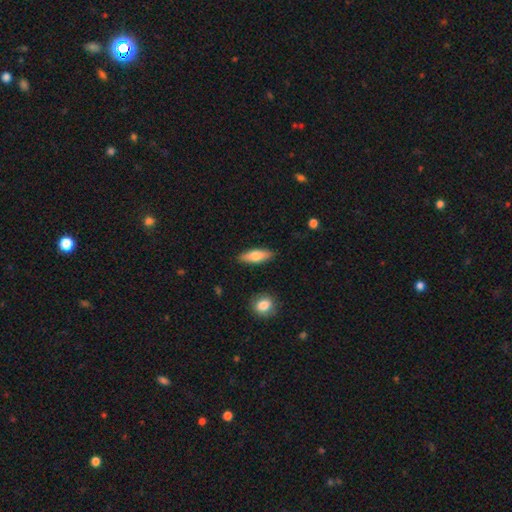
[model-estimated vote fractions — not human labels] A smooth galaxy with no disk features (70%) that is in between round and cigar-shaped (59%).

Vote fractions:
- Smooth or featured? smooth: 70% / featured or disk: 24% / star or artifact: 6%
- How rounded? in between: 59% / cigar-shaped: 38% / round: 3%
- Merging? none: 87% / minor disturbance: 9% / major disturbance: 2% / merger: 2%